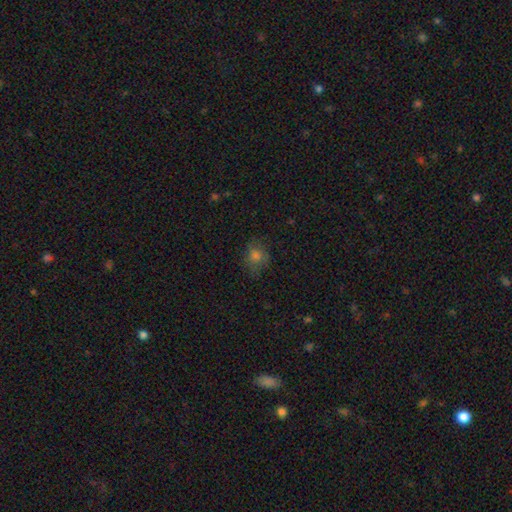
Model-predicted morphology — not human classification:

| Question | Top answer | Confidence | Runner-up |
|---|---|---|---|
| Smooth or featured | smooth | 69% | star or artifact (18%) |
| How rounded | round | 66% | in between (33%) |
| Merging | none | 67% | minor disturbance (21%) |